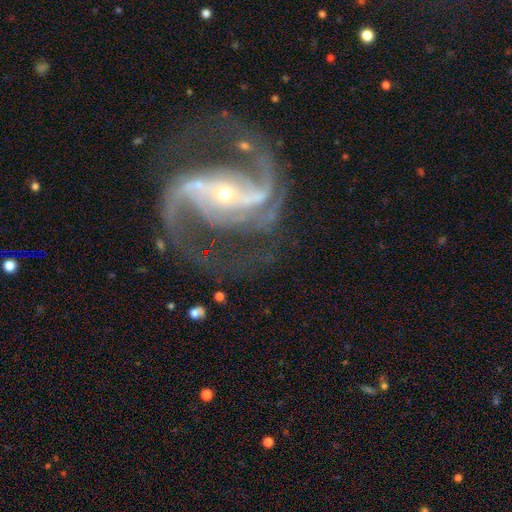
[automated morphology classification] Smooth or featured? Predicted: featured or disk (p=0.93). Edge-on disk? Predicted: no (p=0.98). Bar? Predicted: strong (p=0.50). Spiral arms? Predicted: yes (p=0.99). Spiral winding? Predicted: medium (p=0.59). Spiral arm count? Predicted: 2 (p=0.86). Bulge size? Predicted: small (p=0.73). Merging? Predicted: none (p=0.72).